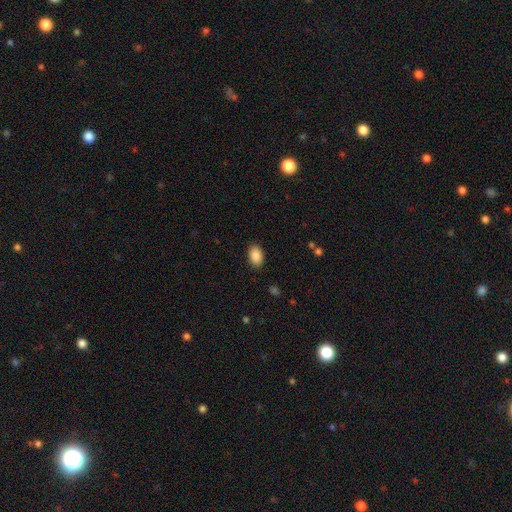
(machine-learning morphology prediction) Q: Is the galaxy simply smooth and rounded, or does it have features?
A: smooth — 89%.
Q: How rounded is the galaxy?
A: in between — 89%.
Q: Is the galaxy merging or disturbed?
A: none — 88%.